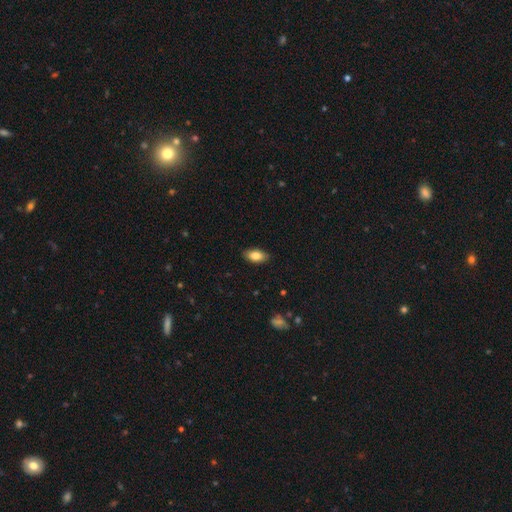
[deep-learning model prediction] A smooth galaxy with no disk features (83%) that is in between round and cigar-shaped (91%).

Vote fractions:
- Smooth or featured? smooth: 83% / featured or disk: 10% / star or artifact: 7%
- How rounded? in between: 91% / cigar-shaped: 5% / round: 4%
- Merging? none: 88% / minor disturbance: 9% / major disturbance: 2% / merger: 1%